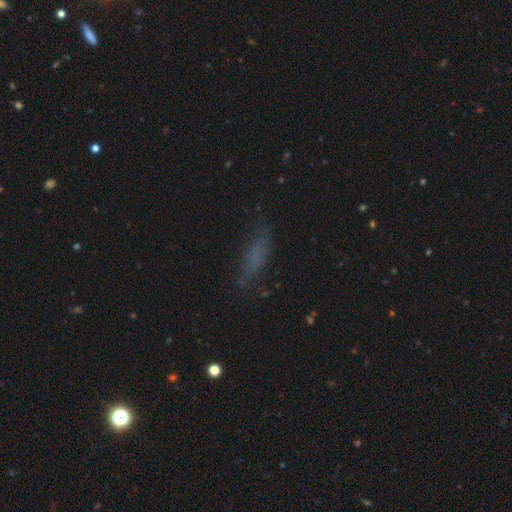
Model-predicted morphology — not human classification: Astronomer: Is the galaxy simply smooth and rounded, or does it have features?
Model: smooth — 59%.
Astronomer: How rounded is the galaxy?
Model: cigar-shaped — 51% (runner-up: in between, 46%).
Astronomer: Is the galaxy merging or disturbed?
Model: none — 63%.